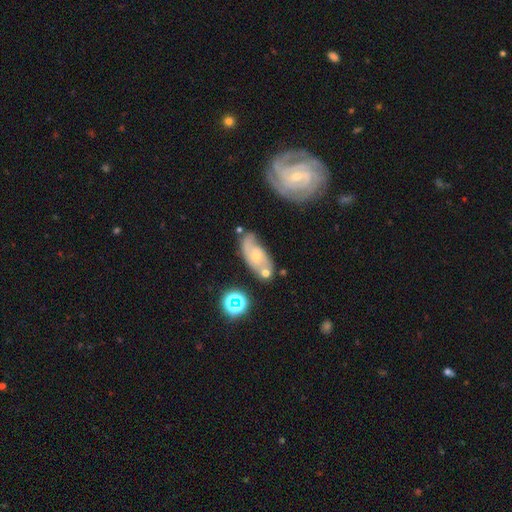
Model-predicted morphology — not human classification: smooth-or-featured: featured or disk: 64% | smooth: 26% | star or artifact: 11%
  disk-edge-on: no: 91% | yes: 9%
    bar: no: 71% | weak: 24% | strong: 4%
    has-spiral-arms: yes: 83% | no: 17%
    bulge-size: small: 59% | moderate: 36% | none: 2% | large: 2% | dominant: 1%
  merging: none: 50% | minor disturbance: 23% | merger: 16% | major disturbance: 11%